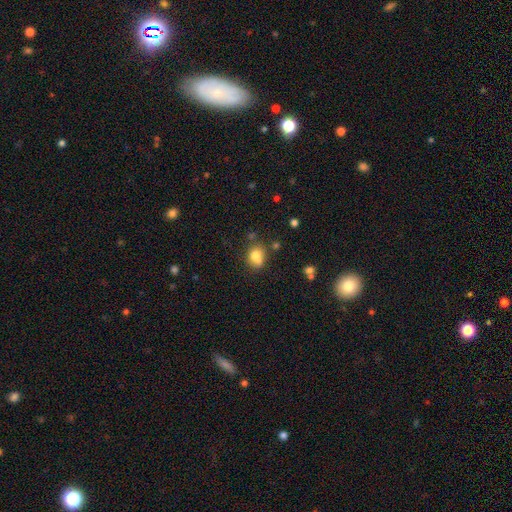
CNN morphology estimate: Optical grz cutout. It shows a smooth galaxy with no disk features (77%) that is round (52%). Merging: none (54%).